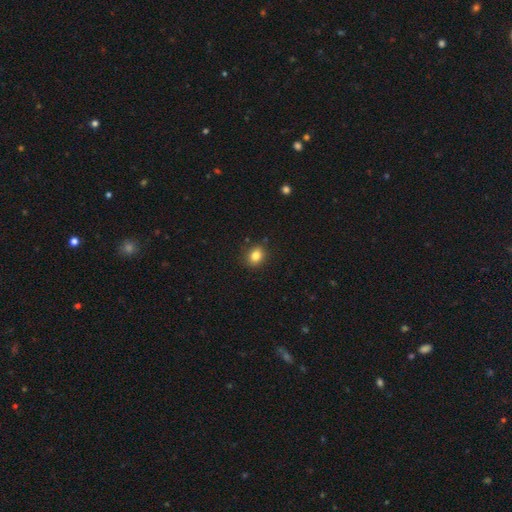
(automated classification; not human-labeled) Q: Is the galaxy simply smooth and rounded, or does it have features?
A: smooth — 83%.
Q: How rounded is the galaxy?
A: in between — 51%.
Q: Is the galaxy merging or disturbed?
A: none — 86%.